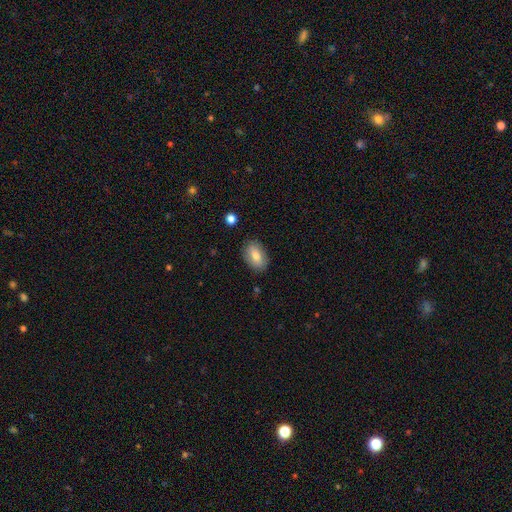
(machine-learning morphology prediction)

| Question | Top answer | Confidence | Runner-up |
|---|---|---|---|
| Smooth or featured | smooth | 75% | featured or disk (17%) |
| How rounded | in between | 88% | round (10%) |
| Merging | none | 85% | minor disturbance (11%) |